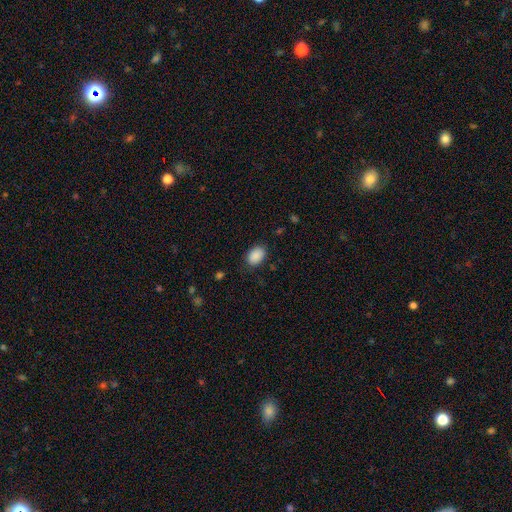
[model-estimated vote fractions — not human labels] Q: Smooth or featured?
A: smooth (89%); runner-up: star or artifact (7%)
Q: How rounded?
A: in between (82%); runner-up: round (17%)
Q: Merging?
A: none (83%); runner-up: minor disturbance (13%)